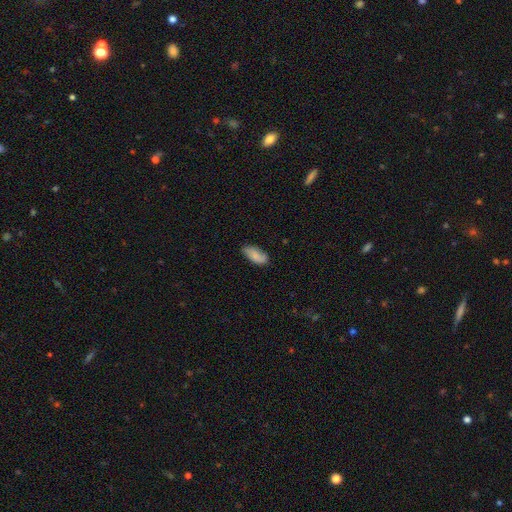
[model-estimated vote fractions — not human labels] The model was most divided on "merging": none: 72%, minor disturbance: 22%, major disturbance: 4%, merger: 2%. More confident: how rounded — in between (87%); smooth or featured — smooth (81%).